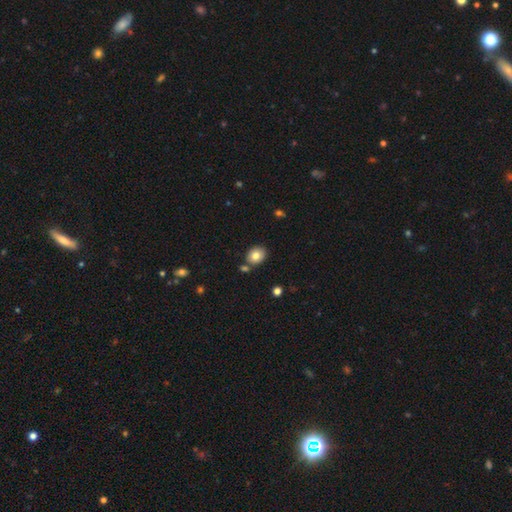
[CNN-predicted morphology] This is clearly a smooth galaxy (80%). How rounded: possibly round (52%). Merging: likely none (75%).